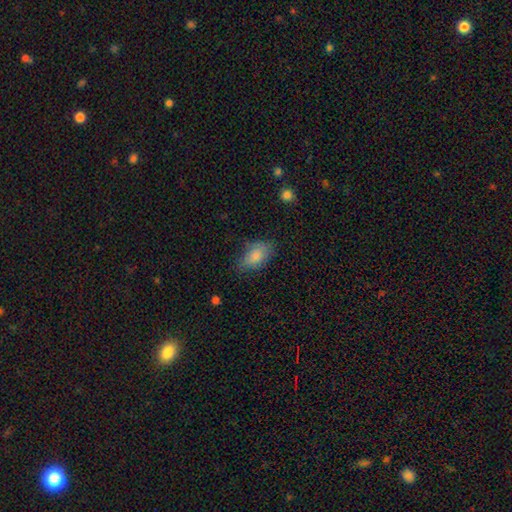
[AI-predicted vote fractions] smooth_or_featured: smooth (p=0.81) [alt: featured or disk p=0.11]
how_rounded: in between (p=0.92) [alt: round p=0.06]
merging: none (p=0.65) [alt: minor disturbance p=0.26]